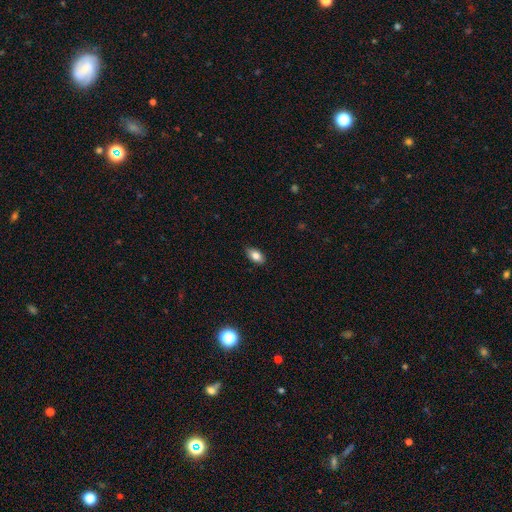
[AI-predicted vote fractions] A smooth galaxy with no disk features (82%) that is in between round and cigar-shaped (90%). Merging: none (85%).